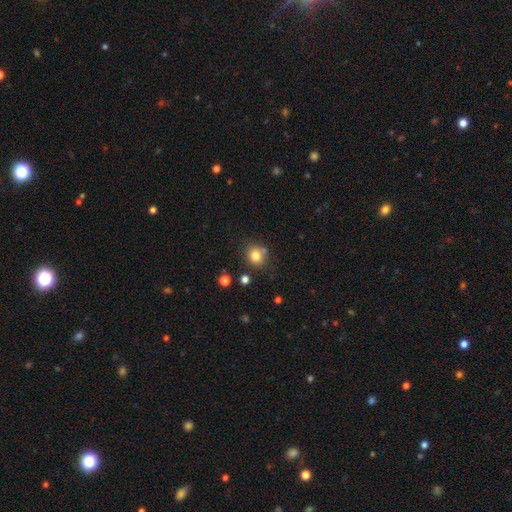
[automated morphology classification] This is clearly a smooth galaxy (80%). How rounded: likely round (80%). Merging: likely none (73%).